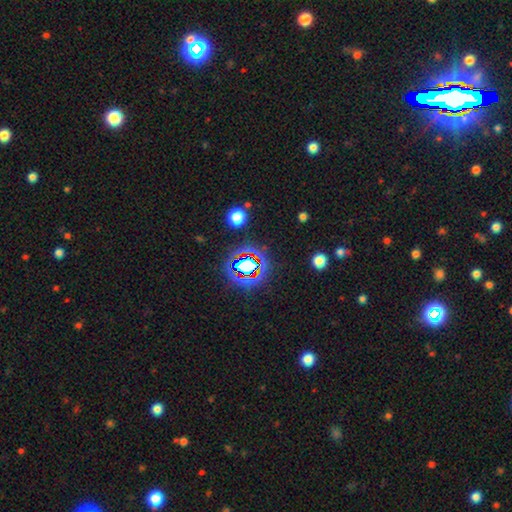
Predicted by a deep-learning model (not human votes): star or artifact 76%, smooth 15%, featured or disk 10%.